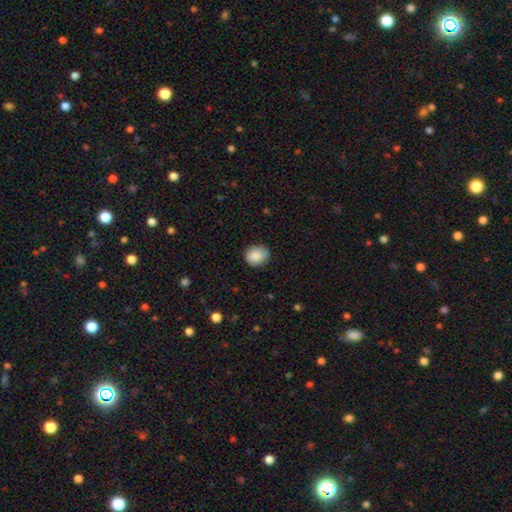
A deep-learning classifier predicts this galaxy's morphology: smooth_or_featured: smooth (p=0.88) [alt: star or artifact p=0.07]
how_rounded: round (p=0.69) [alt: in between p=0.30]
merging: none (p=0.82) [alt: minor disturbance p=0.15]